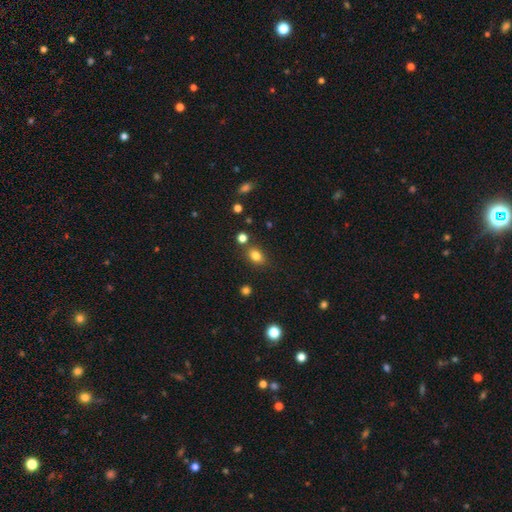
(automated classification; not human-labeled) smooth 81%, star or artifact 12%, featured or disk 7%. Down the decision tree: how rounded — in between (66%); merging — none (75%).